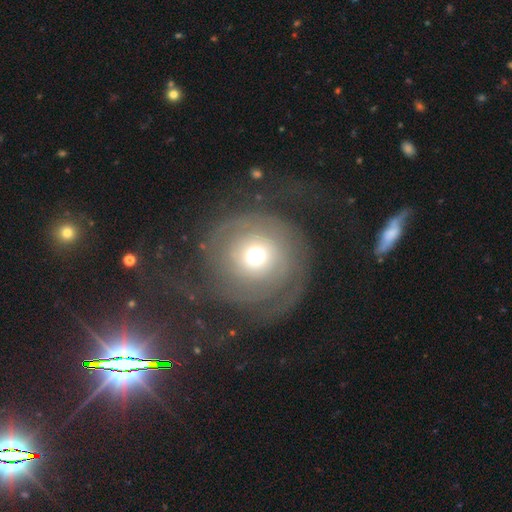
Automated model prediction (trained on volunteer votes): This appears to be a featured or disk galaxy (63%) with no bar (83%), spiral arms (73%) and a moderate central bulge (61%). Merging: none (55%).